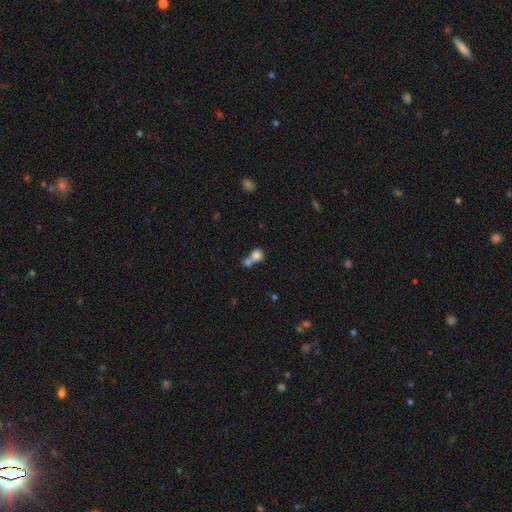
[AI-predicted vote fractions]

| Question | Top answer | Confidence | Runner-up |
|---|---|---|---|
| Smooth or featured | smooth | 79% | featured or disk (11%) |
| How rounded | round | 68% | in between (30%) |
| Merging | merger | 61% | none (27%) |